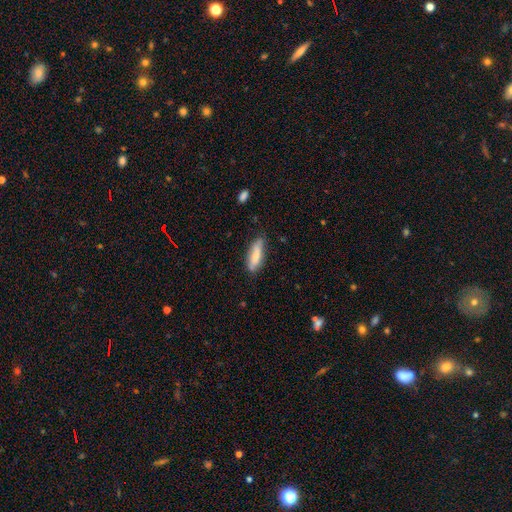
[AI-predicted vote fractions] The model was most divided on "how rounded": in between: 54%, cigar-shaped: 44%, round: 2%. More confident: smooth or featured — smooth (72%); merging — none (68%).